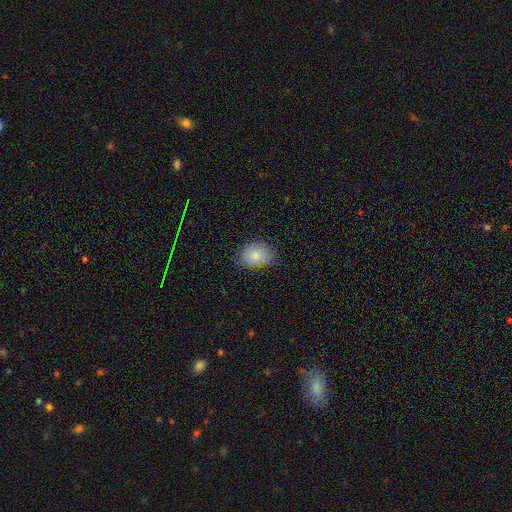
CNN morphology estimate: smooth_or_featured: smooth (p=0.83) [alt: featured or disk p=0.09]
how_rounded: in between (p=0.67) [alt: round p=0.32]
merging: none (p=0.70) [alt: minor disturbance p=0.24]